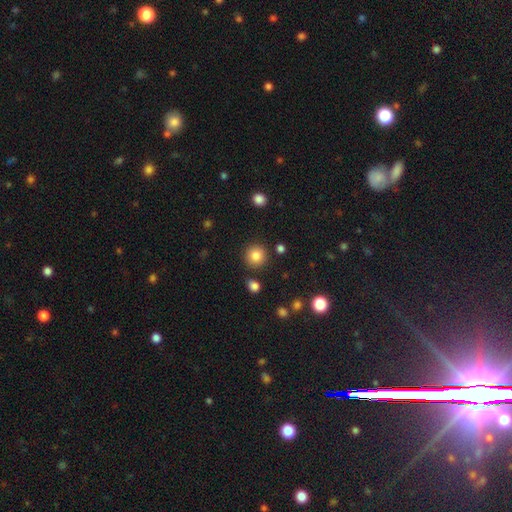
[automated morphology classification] smooth-or-featured: smooth: 85% | star or artifact: 10% | featured or disk: 5%
  how-rounded: round: 93% | in between: 6% | cigar-shaped: 1%
  merging: none: 88% | minor disturbance: 7% | merger: 3% | major disturbance: 2%